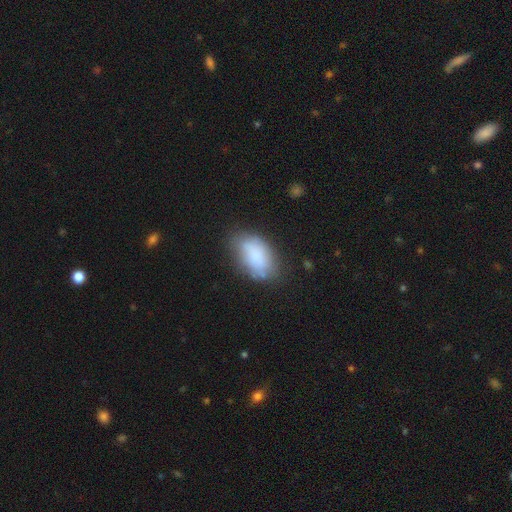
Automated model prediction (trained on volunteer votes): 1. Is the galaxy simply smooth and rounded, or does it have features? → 76% smooth, 16% featured or disk, 8% star or artifact.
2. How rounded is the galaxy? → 91% in between, 7% round, 2% cigar-shaped.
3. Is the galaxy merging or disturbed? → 58% none, 28% minor disturbance, 10% major disturbance, 4% merger.